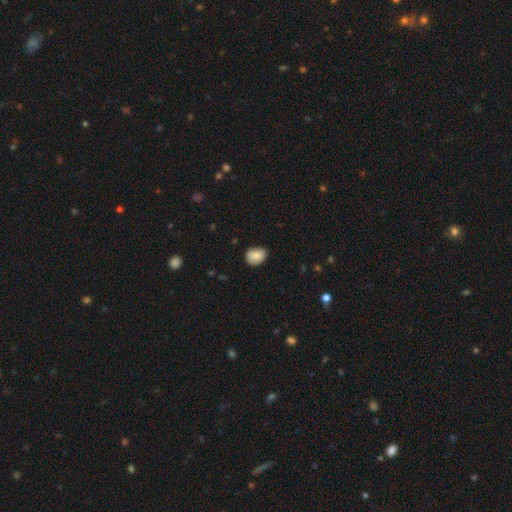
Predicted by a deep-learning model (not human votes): Smooth or featured?
  - smooth: 83% *
  - featured or disk: 9%
  - star or artifact: 8%
How rounded?
  - in between: 57% *
  - round: 42%
  - cigar-shaped: 1%
Merging?
  - none: 69% *
  - minor disturbance: 26%
  - major disturbance: 4%
  - merger: 1%